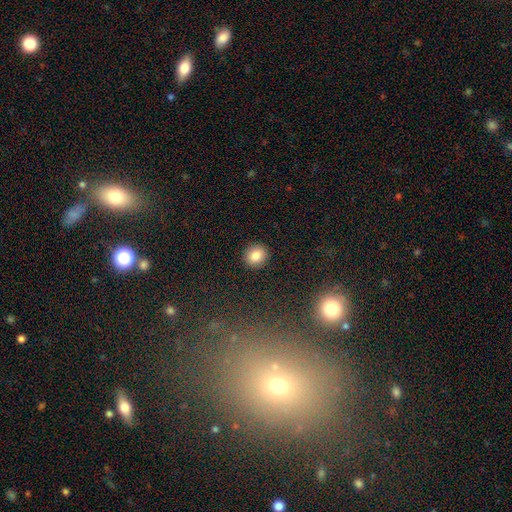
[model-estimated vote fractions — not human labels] Smooth or featured? Predicted: smooth (p=0.84). How rounded? Predicted: round (p=0.79). Merging? Predicted: none (p=0.91).